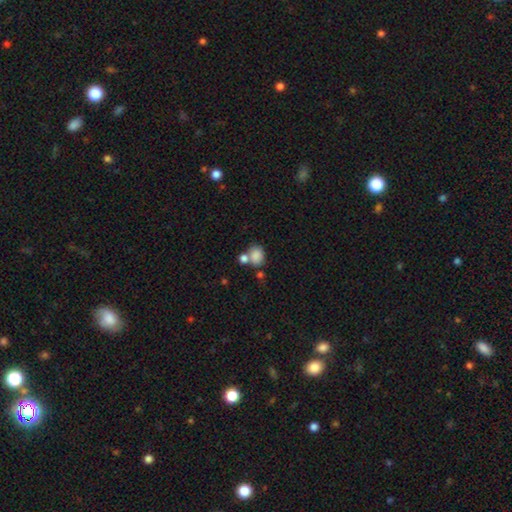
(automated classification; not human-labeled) Q: Smooth or featured?
A: smooth (83%); runner-up: star or artifact (10%)
Q: How rounded?
A: in between (50%); runner-up: round (49%)
Q: Merging?
A: none (46%); runner-up: merger (36%)